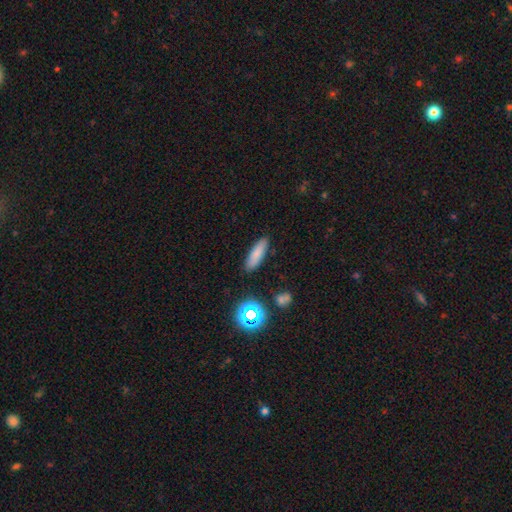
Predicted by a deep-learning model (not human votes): smooth_or_featured: smooth (p=0.79) [alt: star or artifact p=0.11]
how_rounded: cigar-shaped (p=0.55) [alt: in between p=0.43]
merging: none (p=0.87) [alt: minor disturbance p=0.09]